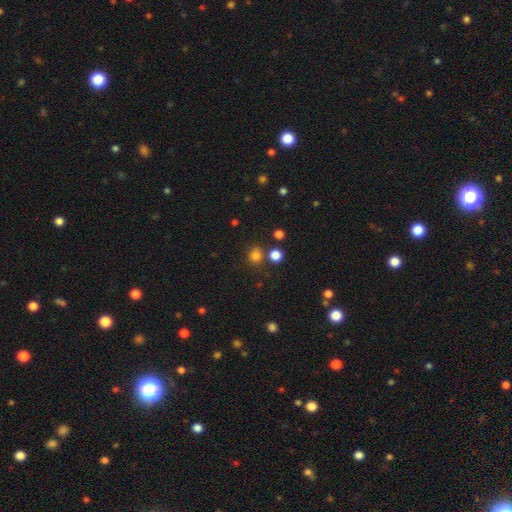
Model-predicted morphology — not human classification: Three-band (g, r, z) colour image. It shows a smooth galaxy with no disk features (77%) that is round (80%). Merging: none (70%).